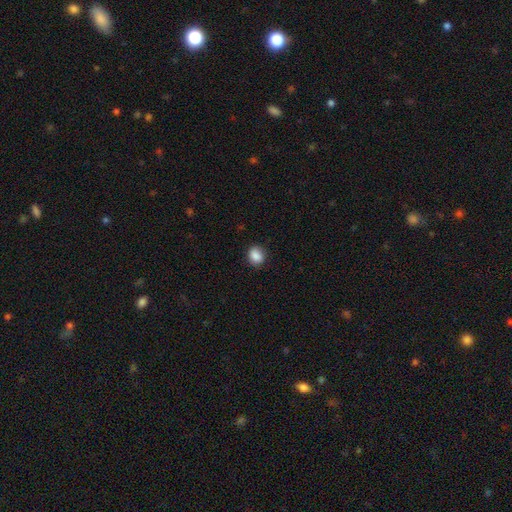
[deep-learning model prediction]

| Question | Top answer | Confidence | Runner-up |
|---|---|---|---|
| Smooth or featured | smooth | 87% | star or artifact (9%) |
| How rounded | round | 65% | in between (34%) |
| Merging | none | 84% | minor disturbance (13%) |